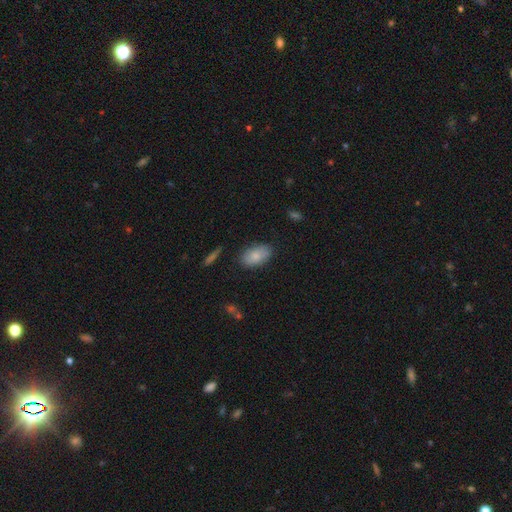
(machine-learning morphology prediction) smooth 79%, featured or disk 14%, star or artifact 6%. Down the decision tree: how rounded — in between (93%); merging — none (79%).